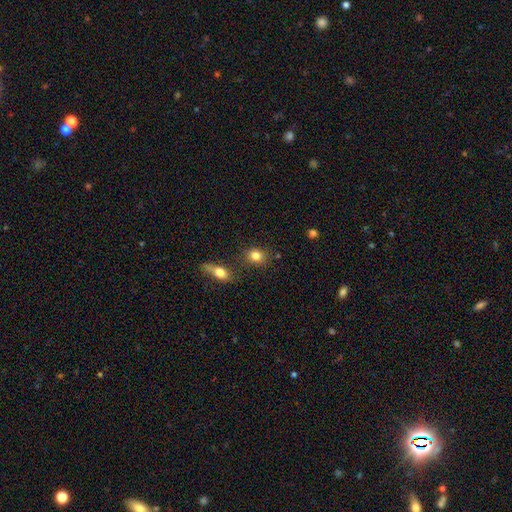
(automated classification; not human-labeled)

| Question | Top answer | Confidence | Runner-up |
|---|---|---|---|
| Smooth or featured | smooth | 83% | star or artifact (10%) |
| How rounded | round | 63% | in between (35%) |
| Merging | none | 73% | minor disturbance (11%) |